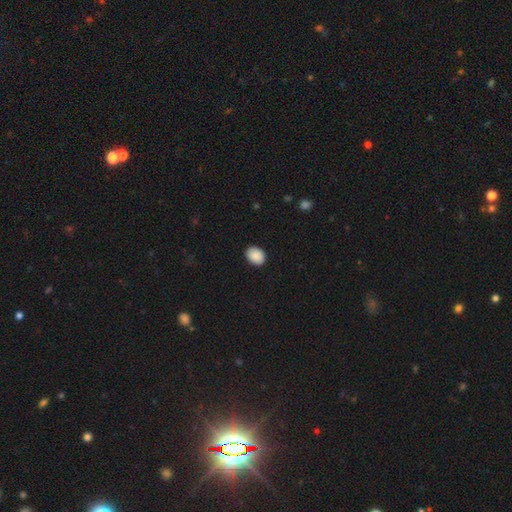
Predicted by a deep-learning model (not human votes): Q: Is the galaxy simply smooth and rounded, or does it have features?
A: smooth — 90%.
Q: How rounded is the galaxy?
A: in between — 65%.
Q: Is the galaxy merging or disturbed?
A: none — 88%.